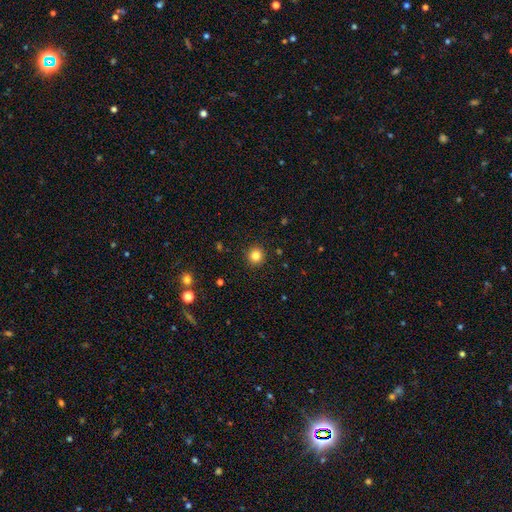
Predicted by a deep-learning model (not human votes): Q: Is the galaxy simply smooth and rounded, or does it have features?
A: smooth — 82%.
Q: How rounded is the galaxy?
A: round — 94%.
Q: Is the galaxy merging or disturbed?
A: none — 92%.